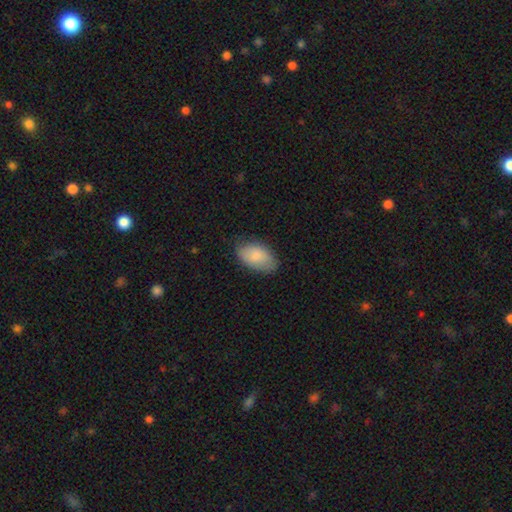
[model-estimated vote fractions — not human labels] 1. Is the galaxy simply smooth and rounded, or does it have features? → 83% smooth, 11% featured or disk, 6% star or artifact.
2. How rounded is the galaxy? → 93% in between, 5% round, 2% cigar-shaped.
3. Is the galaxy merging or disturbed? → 75% none, 19% minor disturbance, 4% major disturbance, 1% merger.